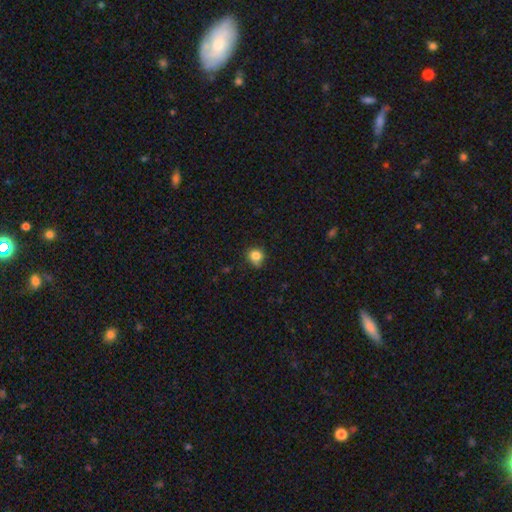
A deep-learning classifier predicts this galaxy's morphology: Q: Smooth or featured?
A: smooth (83%); runner-up: star or artifact (11%)
Q: How rounded?
A: round (78%); runner-up: in between (21%)
Q: Merging?
A: none (64%); runner-up: minor disturbance (27%)